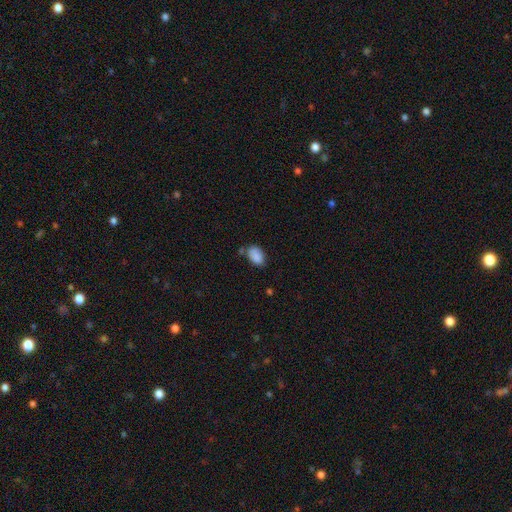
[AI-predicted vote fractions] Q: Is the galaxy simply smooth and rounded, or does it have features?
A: smooth — 88%.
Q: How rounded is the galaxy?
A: in between — 88%.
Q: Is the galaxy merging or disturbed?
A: none — 63%.